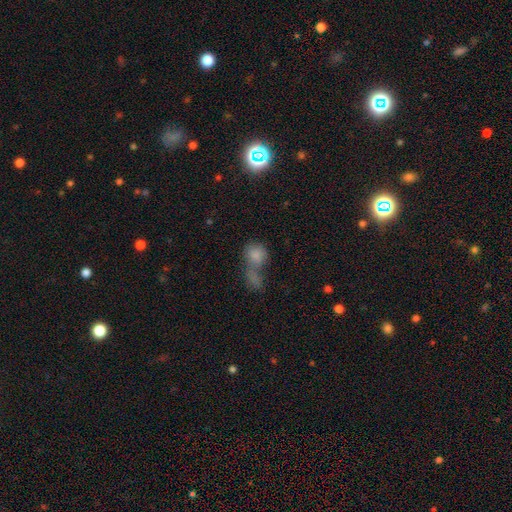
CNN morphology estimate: The model was most divided on "how rounded": round: 49%, in between: 48%, cigar-shaped: 3%. More confident: smooth or featured — smooth (78%); merging — merger (62%).